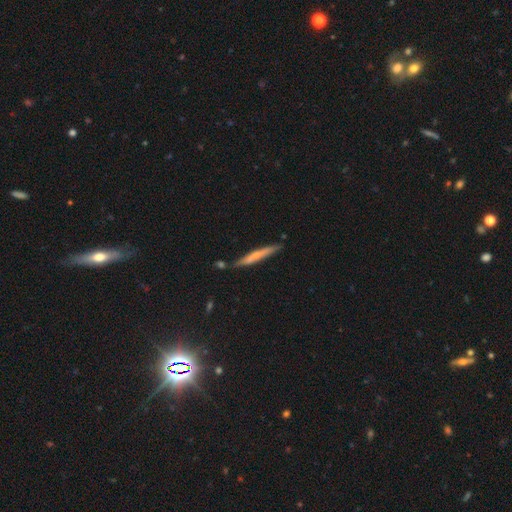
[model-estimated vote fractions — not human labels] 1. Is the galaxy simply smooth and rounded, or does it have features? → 49% smooth, 45% featured or disk, 6% star or artifact.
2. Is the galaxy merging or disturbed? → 79% none, 13% minor disturbance, 5% merger, 2% major disturbance.